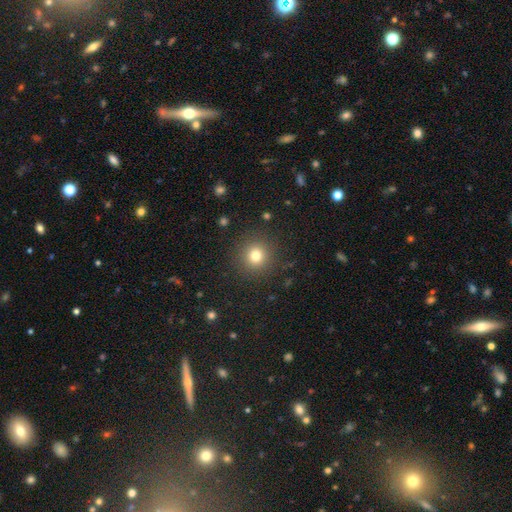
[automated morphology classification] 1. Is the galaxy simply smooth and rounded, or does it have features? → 79% smooth, 14% star or artifact, 7% featured or disk.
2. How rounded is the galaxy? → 93% round, 6% in between, 1% cigar-shaped.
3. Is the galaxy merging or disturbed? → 89% none, 7% minor disturbance, 3% major disturbance, 1% merger.